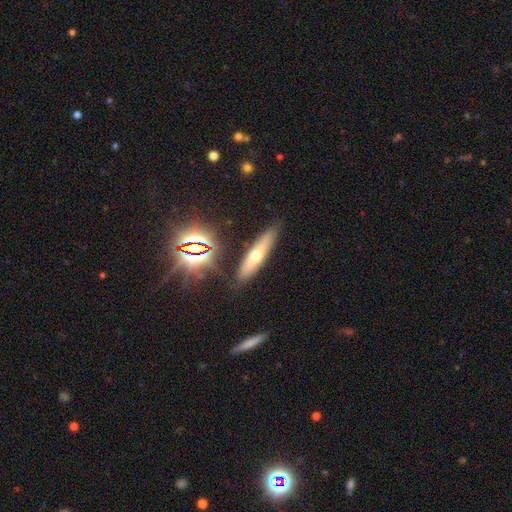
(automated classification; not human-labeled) Smooth or featured?
  - smooth: 49% *
  - featured or disk: 38%
  - star or artifact: 13%
Merging?
  - none: 85% *
  - minor disturbance: 10%
  - major disturbance: 3%
  - merger: 2%